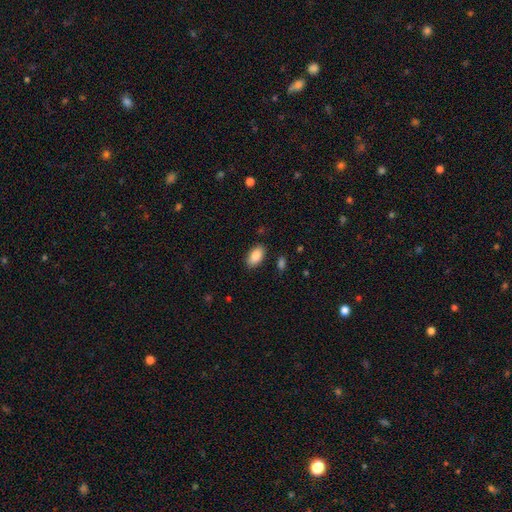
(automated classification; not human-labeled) This appears to be a smooth galaxy with no disk features (85%) that is in between round and cigar-shaped (93%). Merging: none (86%).